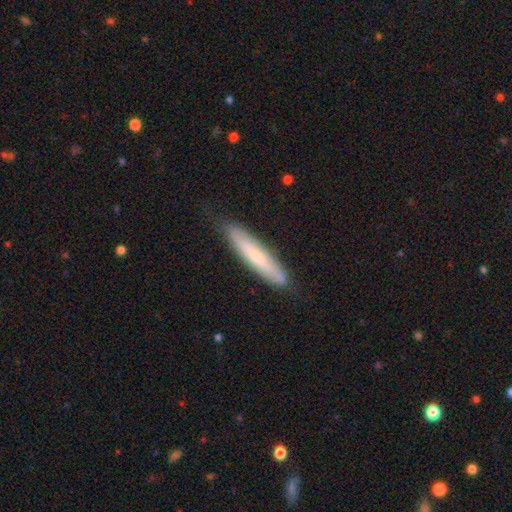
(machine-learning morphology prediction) This appears to be a smooth galaxy with no disk features (63%) that is cigar-shaped (88%). Merging: none (80%).